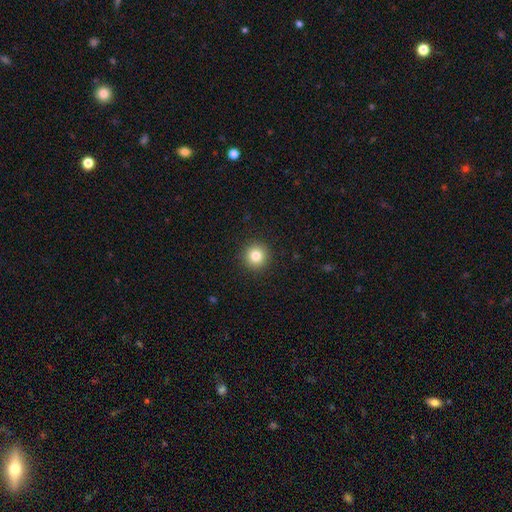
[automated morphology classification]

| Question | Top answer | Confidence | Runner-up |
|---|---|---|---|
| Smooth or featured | smooth | 82% | star or artifact (11%) |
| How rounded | round | 95% | in between (4%) |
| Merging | none | 92% | minor disturbance (5%) |